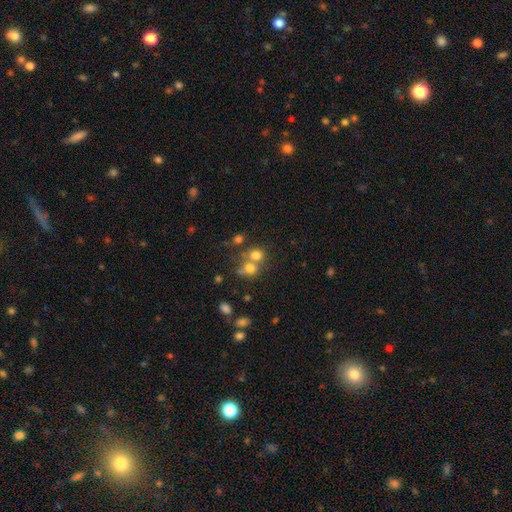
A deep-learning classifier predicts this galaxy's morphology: This is likely a smooth galaxy (73%). How rounded: likely round (75%). Merging: possibly merger (49%).